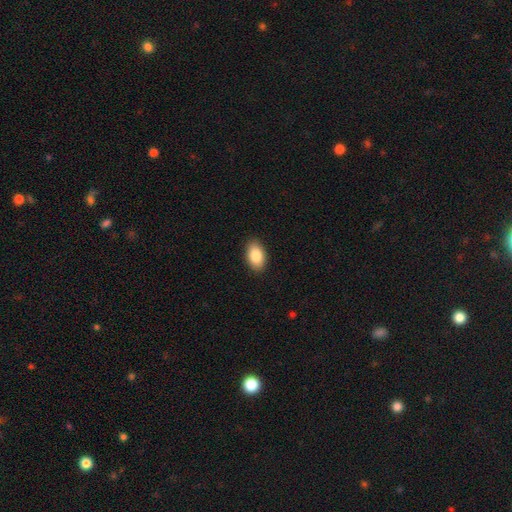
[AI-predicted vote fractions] Smooth or featured?
  - smooth: 87% *
  - star or artifact: 7%
  - featured or disk: 6%
How rounded?
  - in between: 92% *
  - round: 6%
  - cigar-shaped: 1%
Merging?
  - none: 89% *
  - minor disturbance: 8%
  - major disturbance: 2%
  - merger: 1%